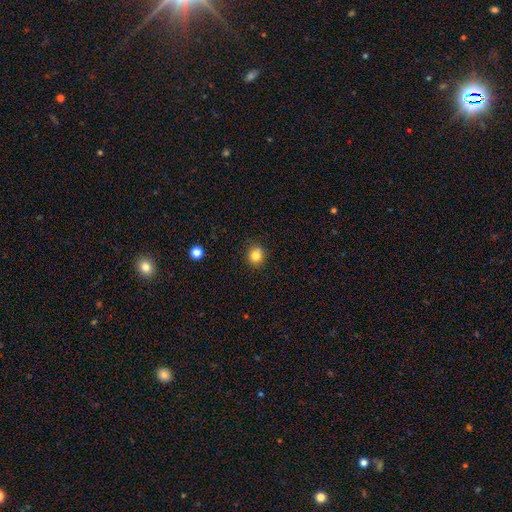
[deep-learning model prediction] A smooth galaxy with no disk features (82%) that is round (83%).

Vote fractions:
- Smooth or featured? smooth: 82% / star or artifact: 12% / featured or disk: 6%
- How rounded? round: 83% / in between: 16% / cigar-shaped: 1%
- Merging? none: 88% / minor disturbance: 8% / major disturbance: 2% / merger: 1%